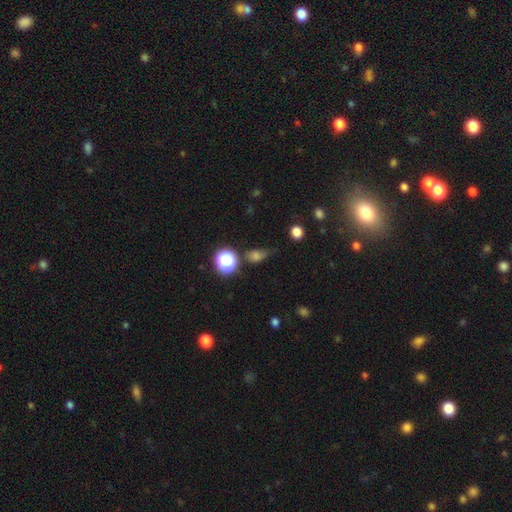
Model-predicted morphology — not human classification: A smooth galaxy with no disk features (68%) that is in between round and cigar-shaped (54%). Merging: none (46%).